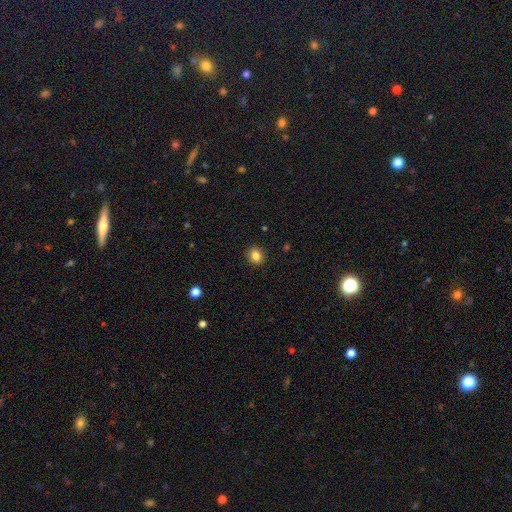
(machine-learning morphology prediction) smooth-or-featured: smooth: 84% | star or artifact: 11% | featured or disk: 5%
  how-rounded: round: 70% | in between: 29% | cigar-shaped: 1%
  merging: none: 90% | minor disturbance: 7% | major disturbance: 2% | merger: 1%